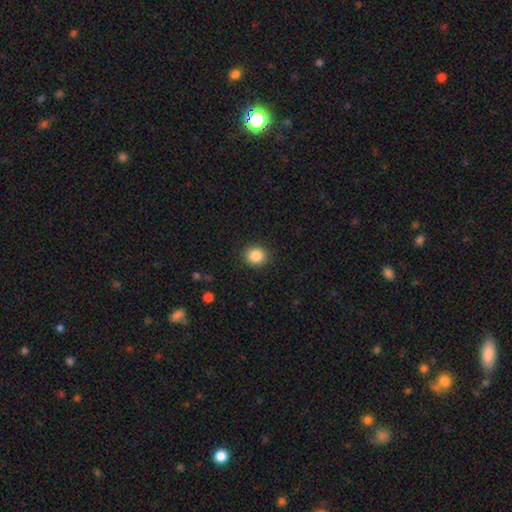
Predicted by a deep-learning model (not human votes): This appears to be a smooth galaxy with no disk features (86%) that is round (84%). Merging: none (90%).